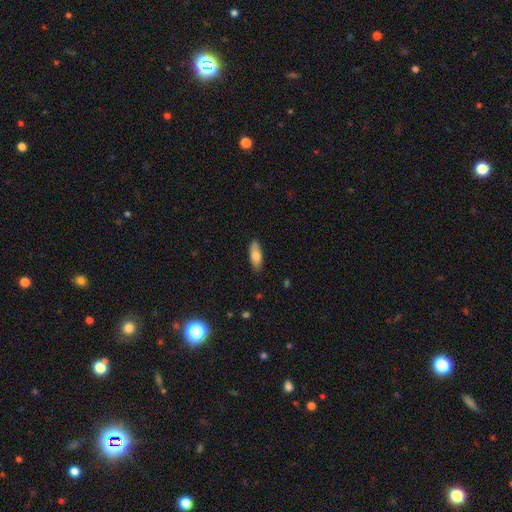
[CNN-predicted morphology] A smooth galaxy with no disk features (77%) that is in between round and cigar-shaped (73%).

Vote fractions:
- Smooth or featured? smooth: 77% / featured or disk: 17% / star or artifact: 6%
- How rounded? in between: 73% / cigar-shaped: 24% / round: 2%
- Merging? none: 86% / minor disturbance: 11% / major disturbance: 2% / merger: 1%